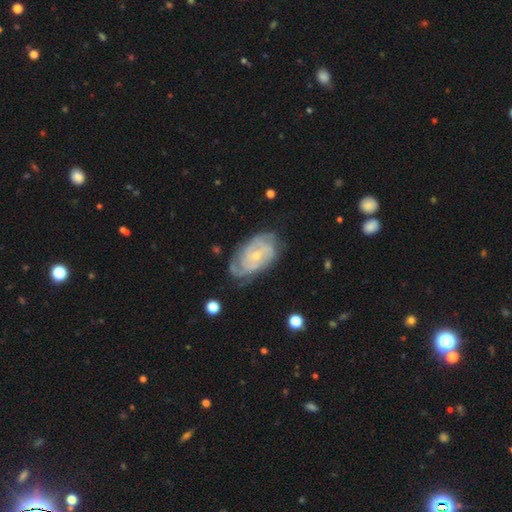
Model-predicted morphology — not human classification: Smooth or featured? featured or disk (83%)
Edge-on disk? no (96%)
Bar? no (65%)
Spiral arms? yes (95%)
Spiral winding? tight (65%)
Spiral arm count? can't tell (32%)
Bulge size? small (73%)
Merging? none (67%)